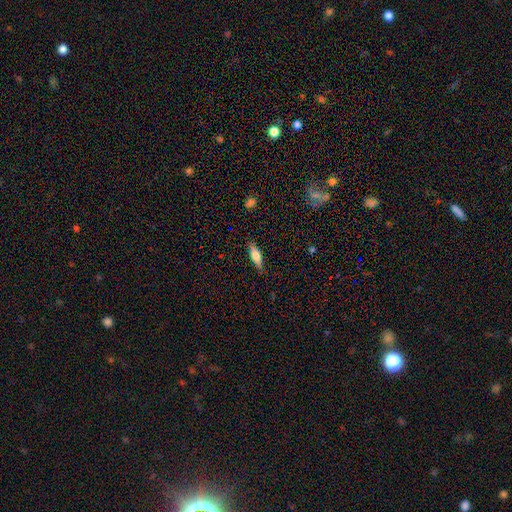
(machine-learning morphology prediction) This appears to be a smooth galaxy with no disk features (63%) that is cigar-shaped (51%). Merging: none (86%).